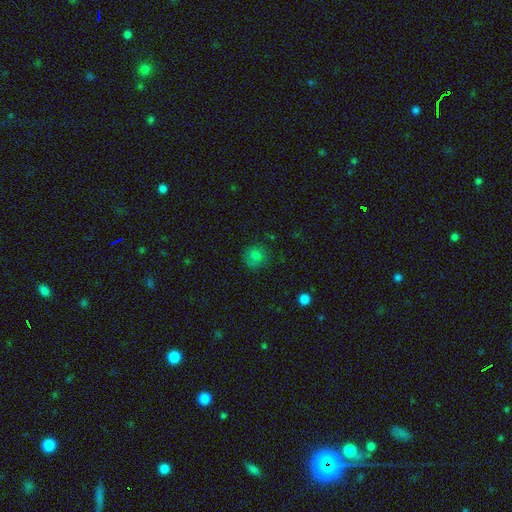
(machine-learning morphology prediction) A smooth galaxy with no disk features (76%) that is round (88%). Merging: none (76%).